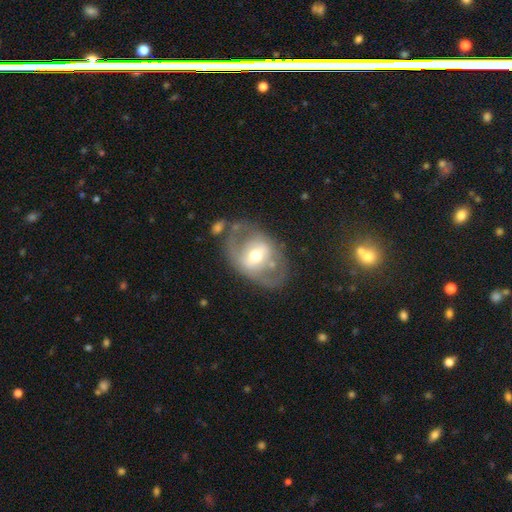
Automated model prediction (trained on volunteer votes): This appears to be a featured or disk galaxy (67%) with a weak bar (37%), no spiral arms (58%) and a moderate central bulge (64%). Merging: none (60%).